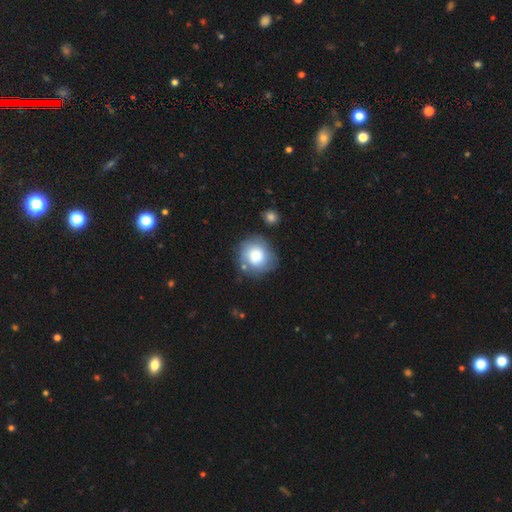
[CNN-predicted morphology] This is likely a smooth galaxy (75%). How rounded: clearly round (85%). Merging: likely none (68%).